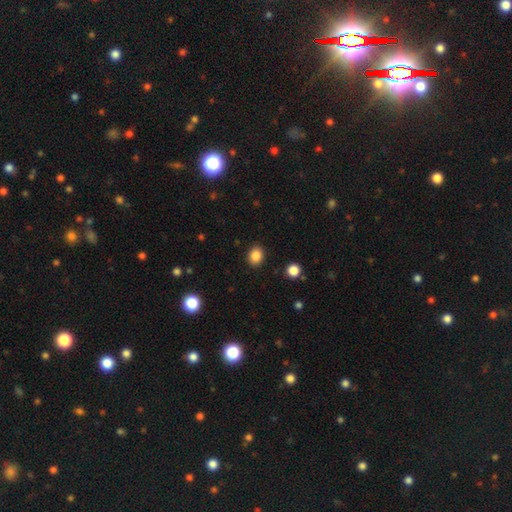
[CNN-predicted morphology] smooth-or-featured: smooth: 87% | star or artifact: 10% | featured or disk: 4%
  how-rounded: in between: 51% | round: 48% | cigar-shaped: 1%
  merging: none: 90% | minor disturbance: 7% | major disturbance: 2% | merger: 1%